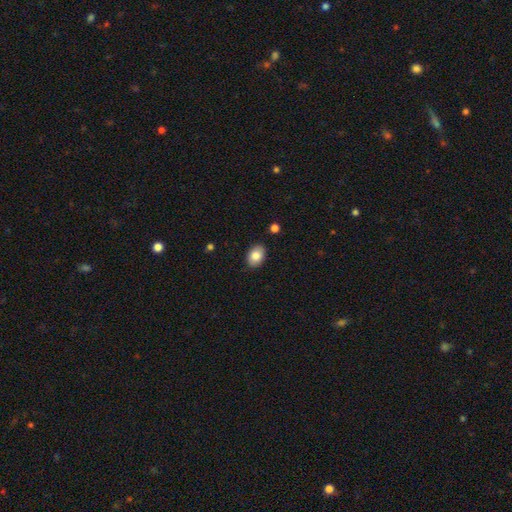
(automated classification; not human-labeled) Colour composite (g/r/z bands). It shows a smooth galaxy with no disk features (85%) that is in between round and cigar-shaped (81%). Merging: none (88%).